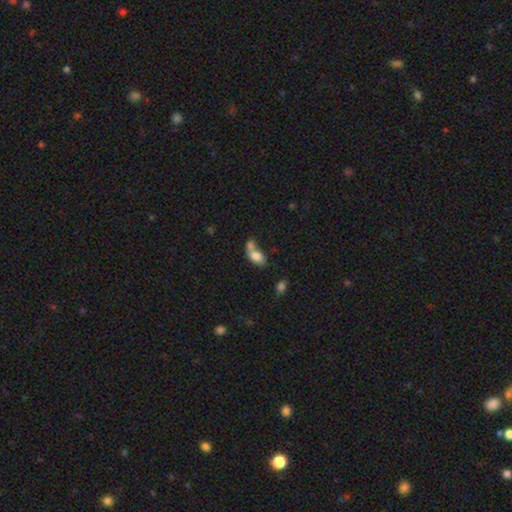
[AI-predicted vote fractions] Smooth or featured? smooth (78%)
How rounded? in between (85%)
Merging? merger (62%)